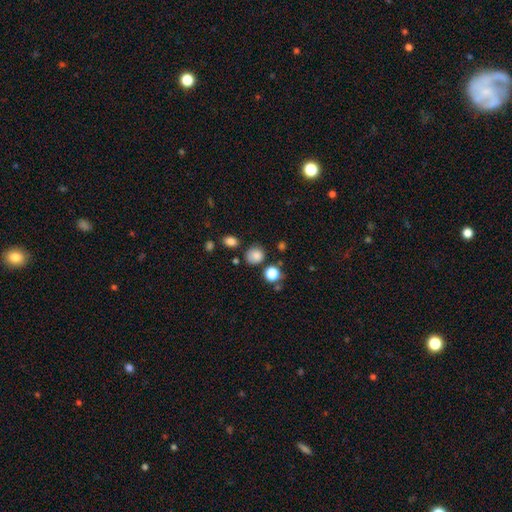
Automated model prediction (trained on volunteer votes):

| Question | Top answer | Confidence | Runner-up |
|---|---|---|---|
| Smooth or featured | smooth | 82% | star or artifact (13%) |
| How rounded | round | 80% | in between (19%) |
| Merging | none | 76% | minor disturbance (14%) |